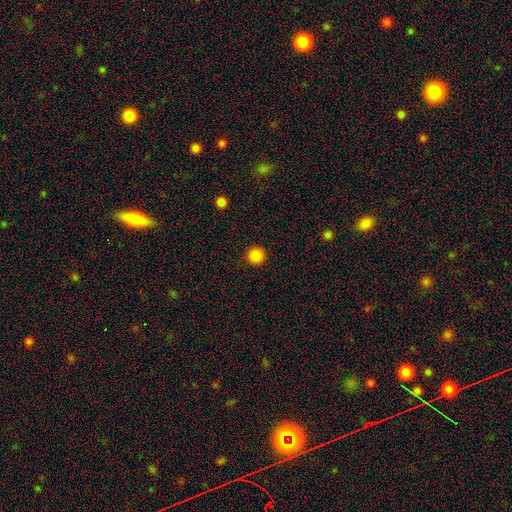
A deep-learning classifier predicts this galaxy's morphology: Smooth or featured: smooth — 86% (star or artifact — 11%)
How rounded: round — 96% (in between — 3%)
Merging: none — 92% (minor disturbance — 5%)